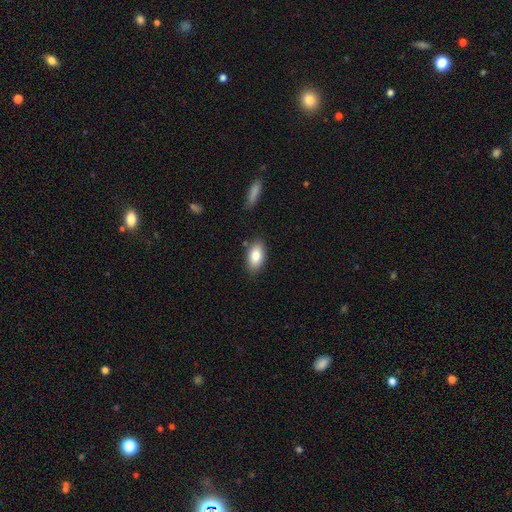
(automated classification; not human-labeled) Smooth or featured? smooth (82%)
How rounded? in between (92%)
Merging? none (83%)